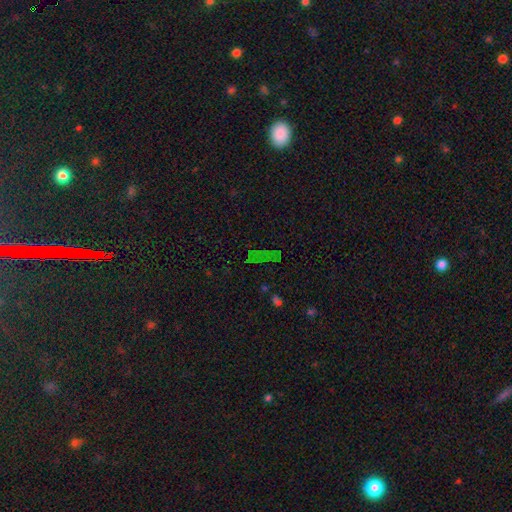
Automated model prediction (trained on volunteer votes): Overall: star or artifact (62%; smooth 25%).